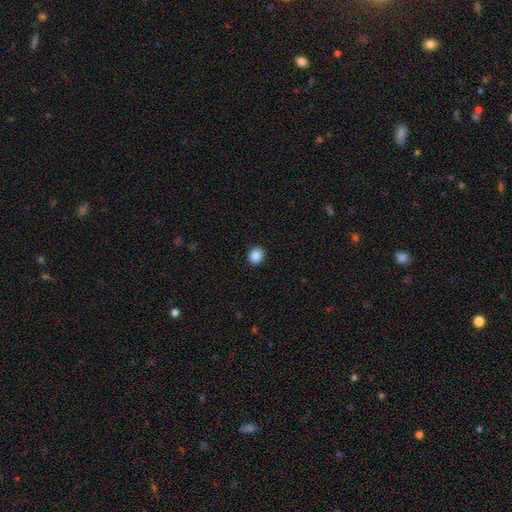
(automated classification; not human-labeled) Smooth or featured? Predicted: smooth (p=0.88). How rounded? Predicted: round (p=0.66). Merging? Predicted: none (p=0.91).